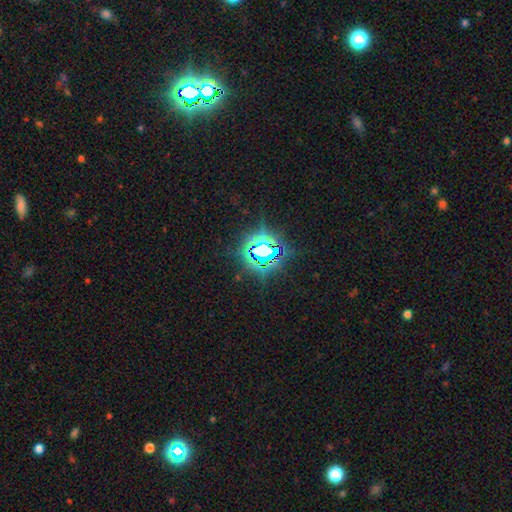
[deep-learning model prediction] Smooth or featured: star or artifact — 79% (smooth — 11%)